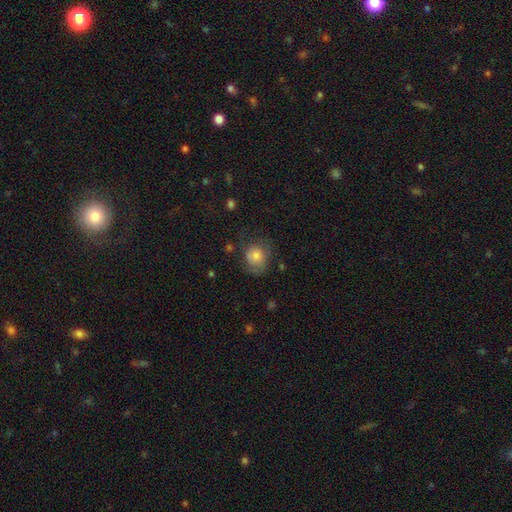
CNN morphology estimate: smooth_or_featured: smooth (p=0.74) [alt: featured or disk p=0.16]
how_rounded: round (p=0.75) [alt: in between p=0.24]
merging: none (p=0.57) [alt: minor disturbance p=0.25]